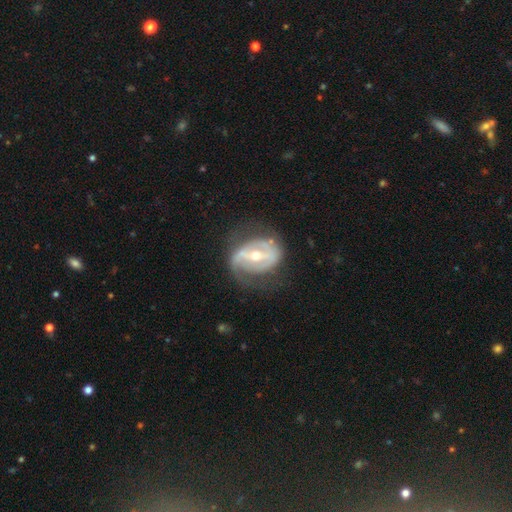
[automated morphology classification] type=featured or disk (82%); edge-on=no (95%); bar=strong (54%); spiral arms=yes (80%); winding=medium (40%); arm count=2 (66%); bulge=moderate (57%); merging=none (55%).